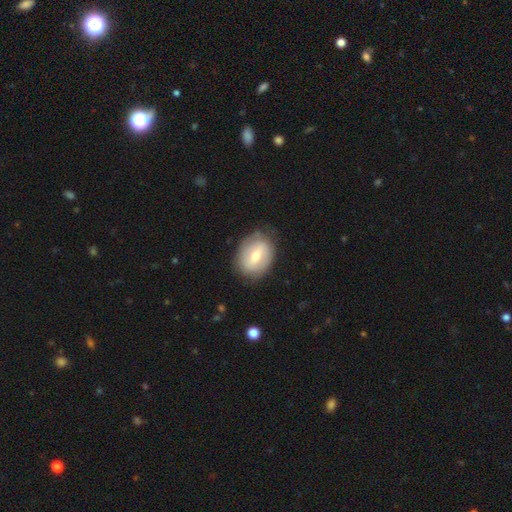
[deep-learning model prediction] This is possibly a smooth galaxy (49%). Merging: likely none (79%).